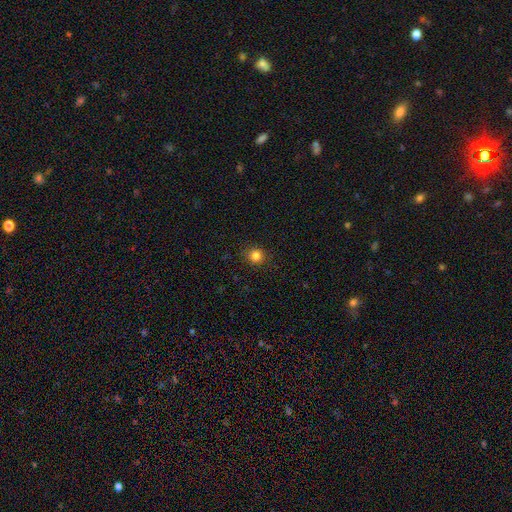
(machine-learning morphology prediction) Q: Smooth or featured?
A: smooth (83%); runner-up: star or artifact (13%)
Q: How rounded?
A: round (90%); runner-up: in between (9%)
Q: Merging?
A: none (89%); runner-up: minor disturbance (8%)